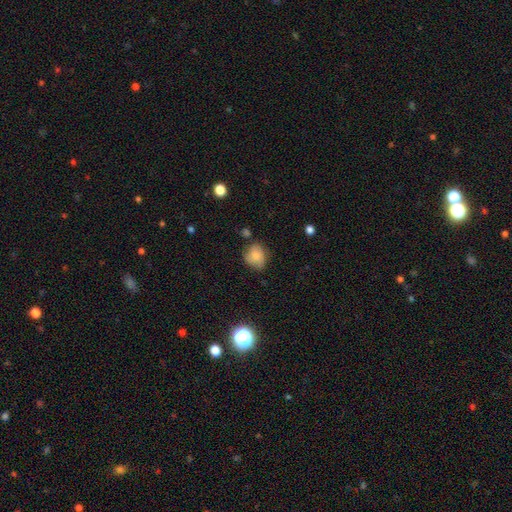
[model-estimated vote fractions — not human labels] Smooth or featured? smooth (67%)
How rounded? round (65%)
Merging? none (62%)